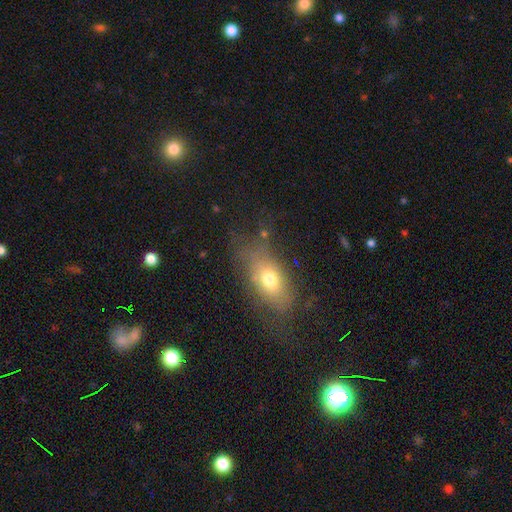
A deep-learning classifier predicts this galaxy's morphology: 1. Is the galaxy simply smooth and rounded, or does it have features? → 53% smooth, 30% featured or disk, 17% star or artifact.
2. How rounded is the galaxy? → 75% in between, 16% cigar-shaped, 9% round.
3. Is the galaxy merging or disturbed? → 69% none, 20% minor disturbance, 9% major disturbance, 3% merger.